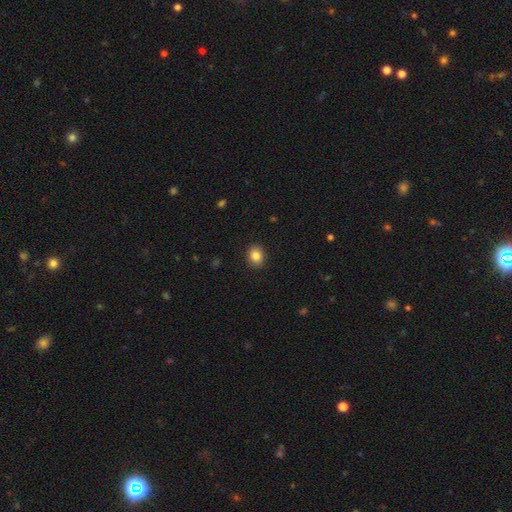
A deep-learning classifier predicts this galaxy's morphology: smooth_or_featured: smooth (p=0.86) [alt: star or artifact p=0.09]
how_rounded: round (p=0.59) [alt: in between p=0.40]
merging: none (p=0.90) [alt: minor disturbance p=0.07]